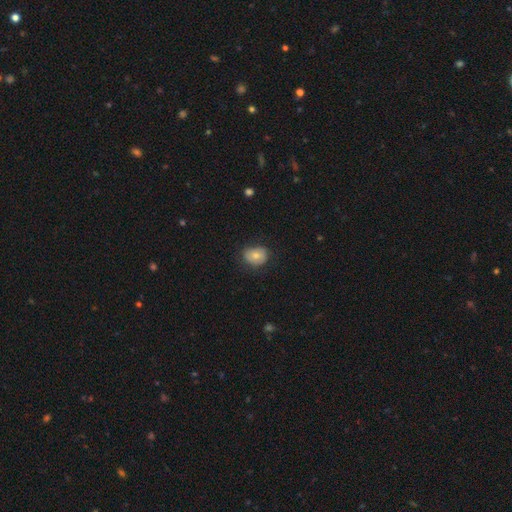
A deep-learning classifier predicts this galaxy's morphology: Smooth or featured? Predicted: smooth (p=0.75). How rounded? Predicted: in between (p=0.55). Merging? Predicted: none (p=0.68).